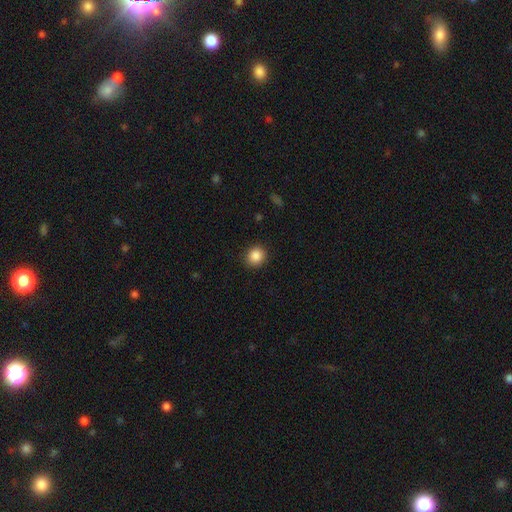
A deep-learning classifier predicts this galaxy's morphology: A smooth galaxy with no disk features (87%) that is round (86%). Merging: none (90%).